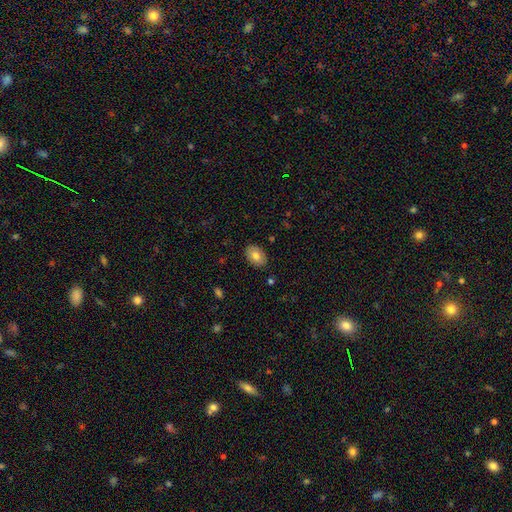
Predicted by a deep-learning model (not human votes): Morphology: type=smooth (77%); roundness=in between (83%); merging=none (86%).